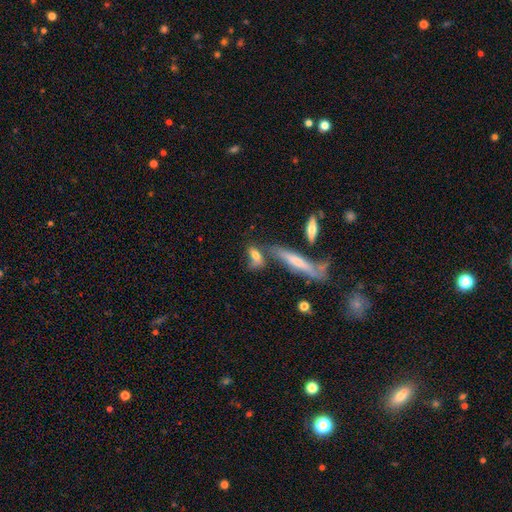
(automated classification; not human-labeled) A smooth galaxy with no disk features (63%) that is in between round and cigar-shaped (63%). Merging: none (44%).